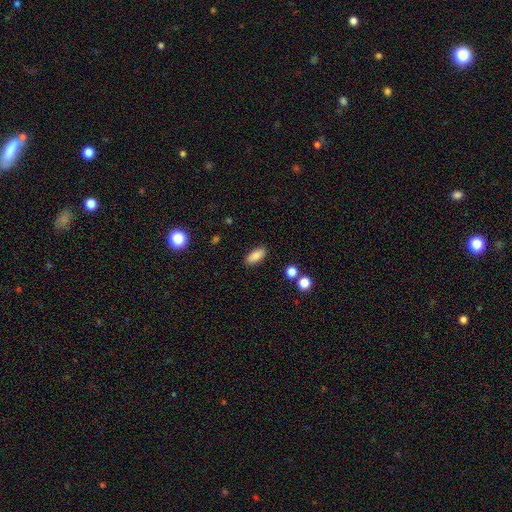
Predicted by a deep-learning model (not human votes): A smooth galaxy with no disk features (85%) that is in between round and cigar-shaped (85%).

Vote fractions:
- Smooth or featured? smooth: 85% / star or artifact: 8% / featured or disk: 7%
- How rounded? in between: 85% / cigar-shaped: 12% / round: 4%
- Merging? none: 87% / minor disturbance: 9% / major disturbance: 2% / merger: 2%